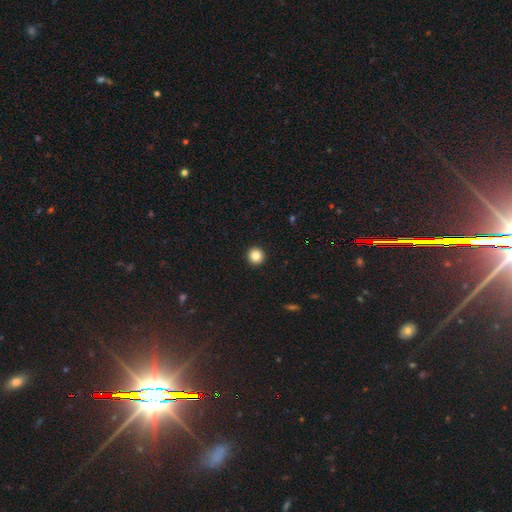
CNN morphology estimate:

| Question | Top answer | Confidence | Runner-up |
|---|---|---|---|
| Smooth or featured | smooth | 85% | star or artifact (10%) |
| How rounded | round | 95% | in between (4%) |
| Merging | none | 94% | minor disturbance (4%) |